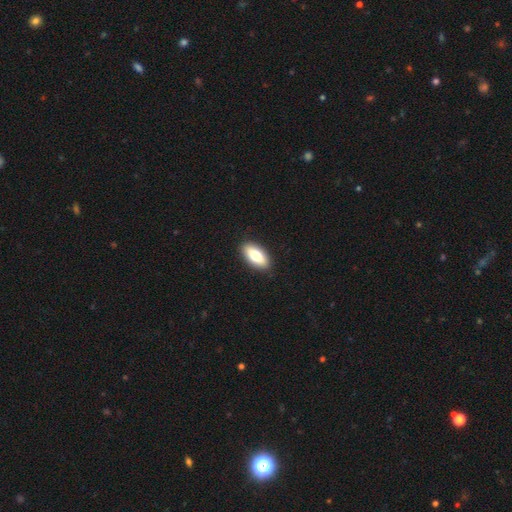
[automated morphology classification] Smooth or featured?
  - smooth: 74% *
  - featured or disk: 19%
  - star or artifact: 6%
How rounded?
  - in between: 86% *
  - cigar-shaped: 11%
  - round: 3%
Merging?
  - none: 90% *
  - minor disturbance: 7%
  - major disturbance: 2%
  - merger: 1%